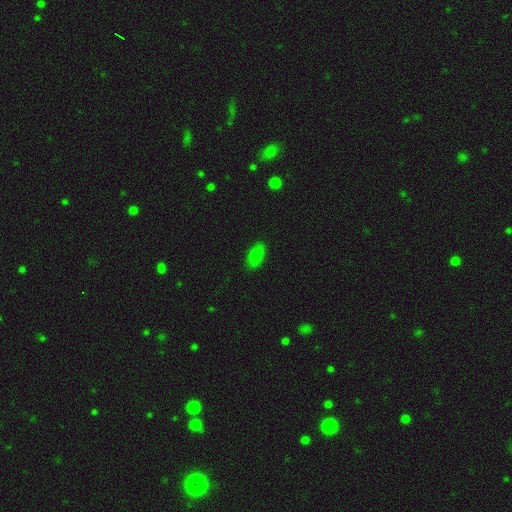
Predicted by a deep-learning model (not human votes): The model was most divided on "smooth or featured": smooth: 82%, star or artifact: 11%, featured or disk: 7%. More confident: how rounded — in between (91%); merging — none (85%).